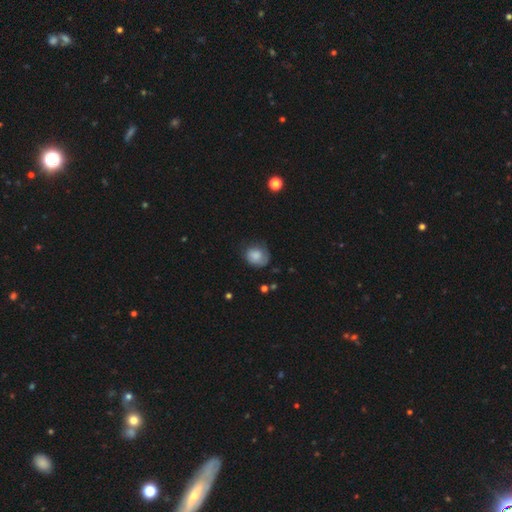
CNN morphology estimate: type=smooth (71%); roundness=round (69%); merging=none (55%).